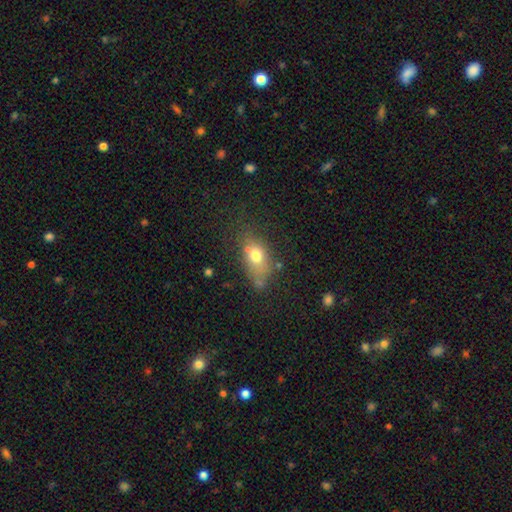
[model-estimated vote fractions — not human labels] Q: Smooth or featured?
A: smooth (71%); runner-up: featured or disk (17%)
Q: How rounded?
A: in between (75%); runner-up: round (21%)
Q: Merging?
A: none (54%); runner-up: minor disturbance (24%)